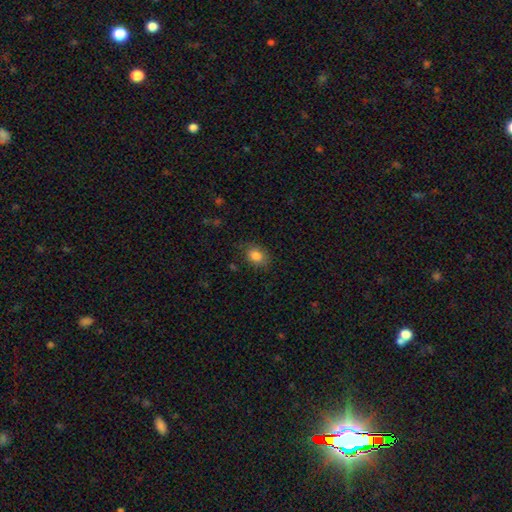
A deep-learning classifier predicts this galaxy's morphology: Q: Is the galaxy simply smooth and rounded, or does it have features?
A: smooth — 84%.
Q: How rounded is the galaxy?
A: in between — 63%.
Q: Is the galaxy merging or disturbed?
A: none — 79%.